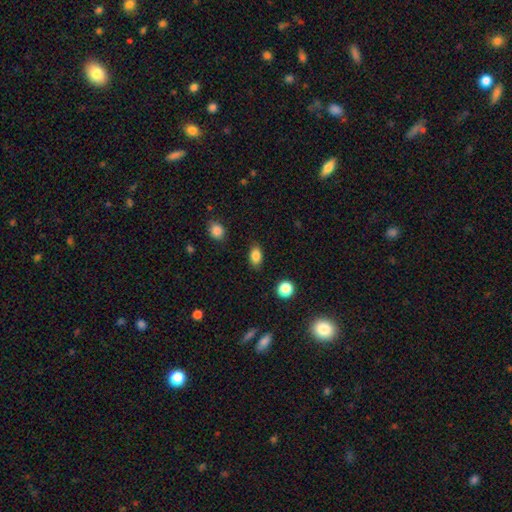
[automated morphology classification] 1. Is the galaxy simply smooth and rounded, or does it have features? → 85% smooth, 9% star or artifact, 5% featured or disk.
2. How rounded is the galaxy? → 84% in between, 14% round, 2% cigar-shaped.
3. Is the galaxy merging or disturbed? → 85% none, 10% minor disturbance, 3% major disturbance, 2% merger.